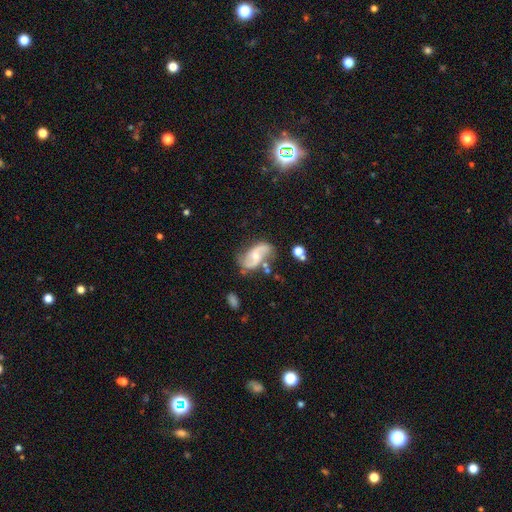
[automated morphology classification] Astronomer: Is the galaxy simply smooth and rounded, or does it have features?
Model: featured or disk — 81%.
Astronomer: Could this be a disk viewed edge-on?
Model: no — 97%.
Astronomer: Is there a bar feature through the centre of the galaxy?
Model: no — 50% (runner-up: weak, 39%).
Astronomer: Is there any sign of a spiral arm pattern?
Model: yes — 94%.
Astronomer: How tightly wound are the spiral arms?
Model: loose — 53% (runner-up: medium, 36%).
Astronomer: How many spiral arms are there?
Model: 2 — 91%.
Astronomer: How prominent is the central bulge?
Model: small — 48% (runner-up: moderate, 42%).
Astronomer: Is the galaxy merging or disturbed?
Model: none — 64%.